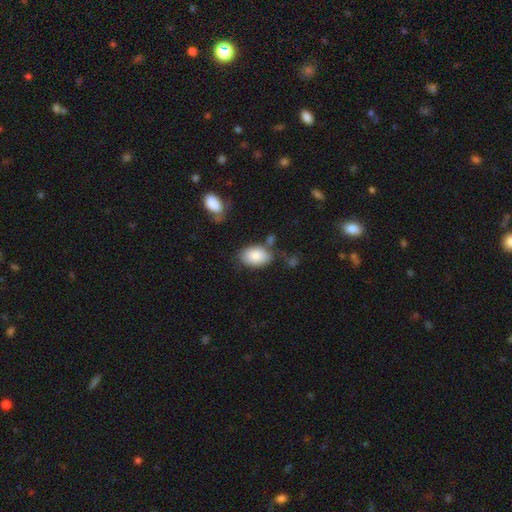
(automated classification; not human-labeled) This appears to be a smooth galaxy with no disk features (85%) that is in between round and cigar-shaped (90%). Merging: none (67%).